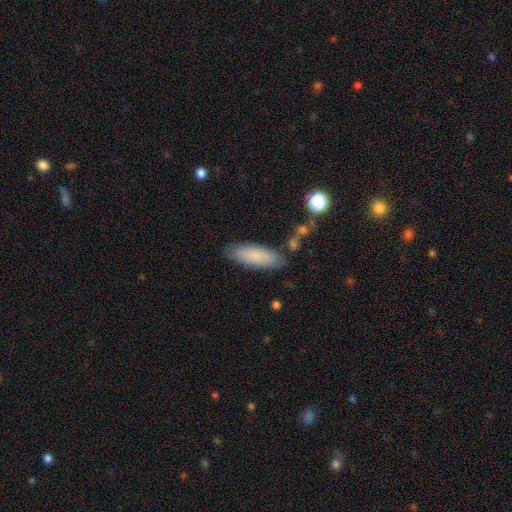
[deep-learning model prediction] Smooth or featured? smooth (83%)
How rounded? in between (57%)
Merging? none (82%)